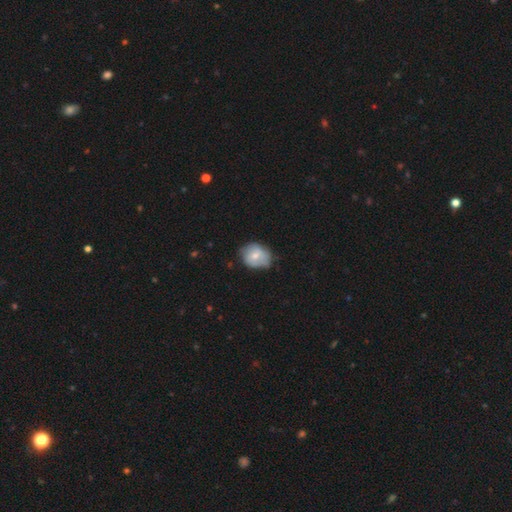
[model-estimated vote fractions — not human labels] A smooth galaxy with no disk features (61%) that is in between round and cigar-shaped (50%). Merging: none (60%).